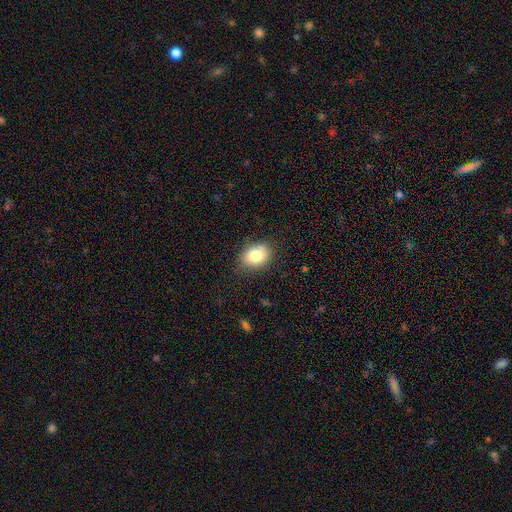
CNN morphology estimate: Overall: smooth (80%). How rounded: in between (70%). Merging: none (82%).